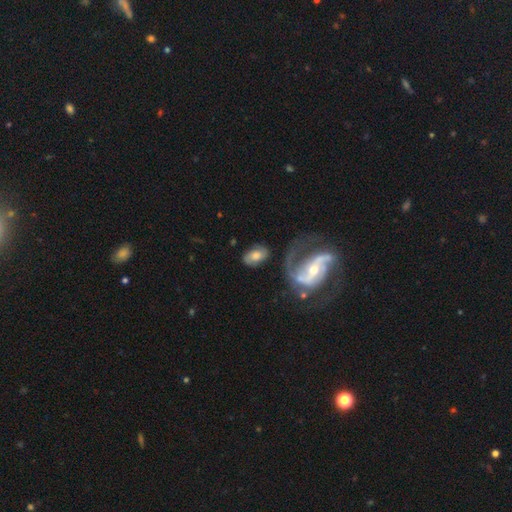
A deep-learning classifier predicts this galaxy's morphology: Smooth or featured? Predicted: smooth (p=0.51). How rounded? Predicted: in between (p=0.88). Merging? Predicted: none (p=0.64).